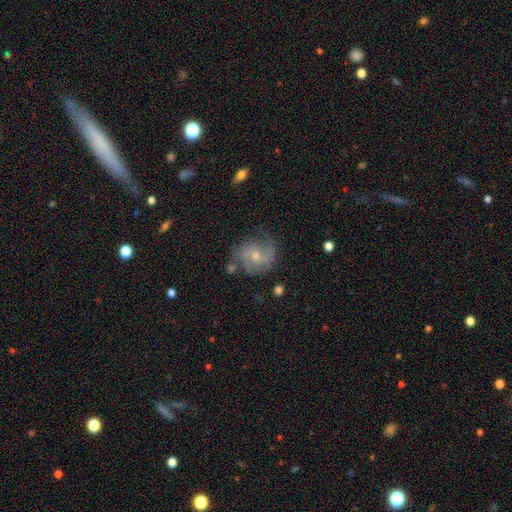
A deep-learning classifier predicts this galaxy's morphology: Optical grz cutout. It shows a featured or disk galaxy (77%) with no bar (60%), 2 (60%) medium (48%) spiral arms (93%) and a small central bulge (51%). Merging: none (67%).